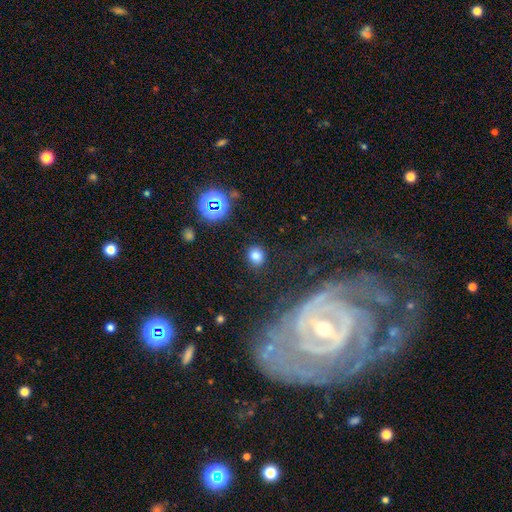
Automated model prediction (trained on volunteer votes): Smooth or featured? smooth (78%)
How rounded? round (68%)
Merging? none (82%)